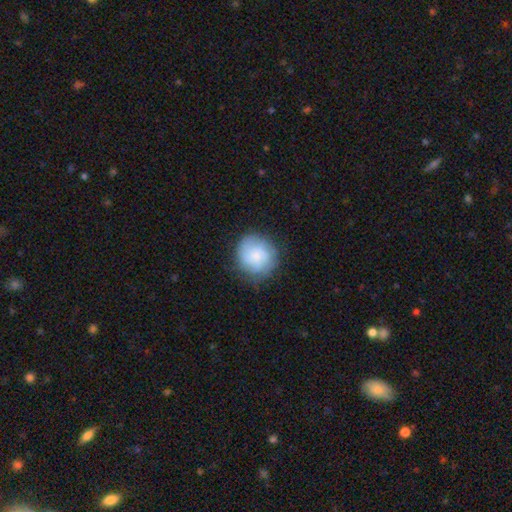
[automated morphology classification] The model was most divided on "smooth or featured": smooth: 57%, featured or disk: 35%, star or artifact: 8%. More confident: how rounded — round (88%); merging — none (74%).